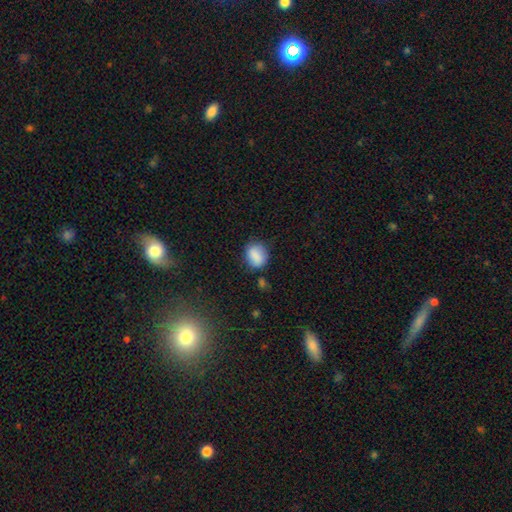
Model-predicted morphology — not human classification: smooth 85%, star or artifact 8%, featured or disk 7%. Down the decision tree: how rounded — in between (51%); merging — none (69%).